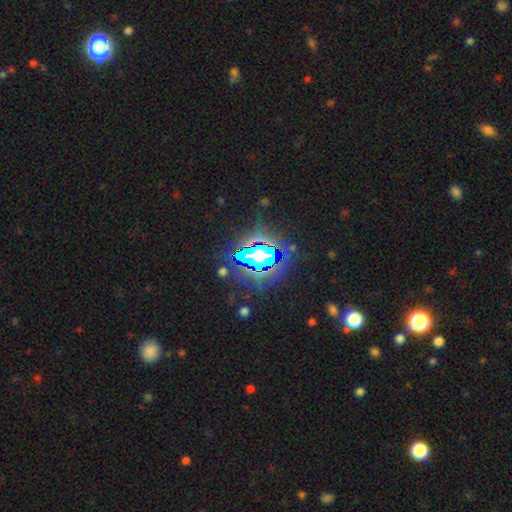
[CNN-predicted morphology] smooth-or-featured: star or artifact: 81% | smooth: 11% | featured or disk: 8%